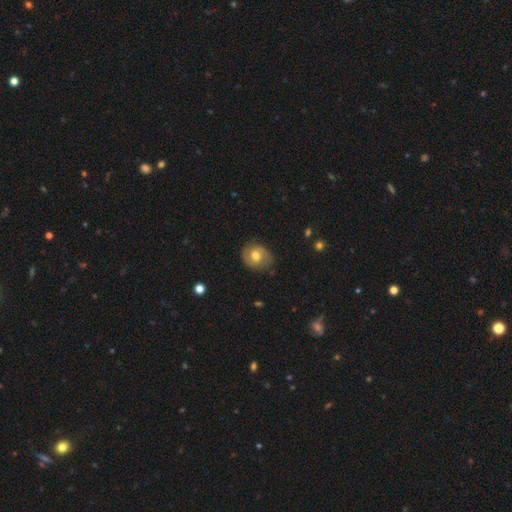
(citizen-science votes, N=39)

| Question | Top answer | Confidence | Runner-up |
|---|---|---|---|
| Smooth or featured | smooth | 54% | featured or disk (44%) |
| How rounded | round | 67% | in between (33%) |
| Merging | none | 71% | minor disturbance (24%) |